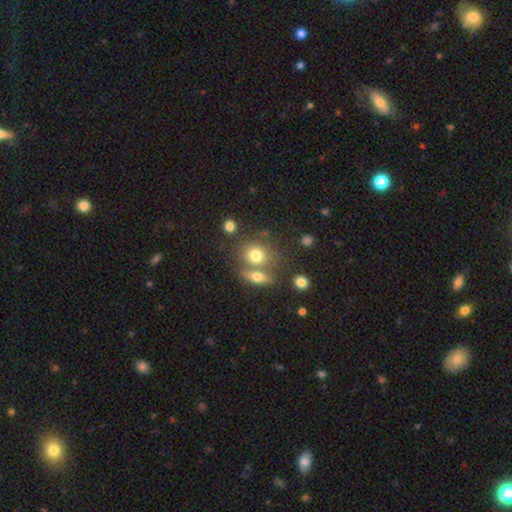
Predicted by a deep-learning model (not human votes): Smooth or featured? Predicted: smooth (p=0.74). How rounded? Predicted: round (p=0.70). Merging? Predicted: none (p=0.51).